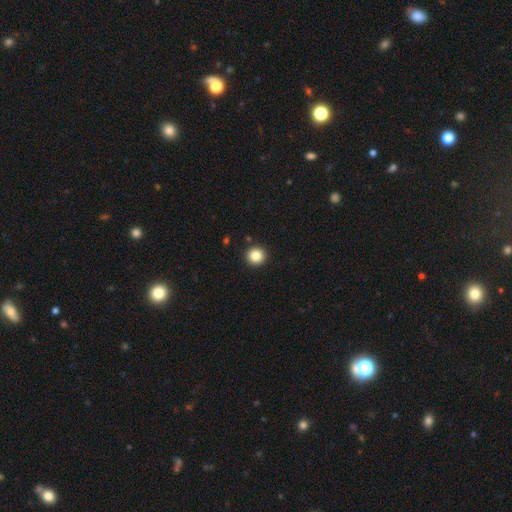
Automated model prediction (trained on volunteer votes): Smooth or featured?
  - smooth: 85% *
  - star or artifact: 11%
  - featured or disk: 5%
How rounded?
  - round: 95% *
  - in between: 4%
  - cigar-shaped: 1%
Merging?
  - none: 93% *
  - minor disturbance: 4%
  - major disturbance: 2%
  - merger: 1%